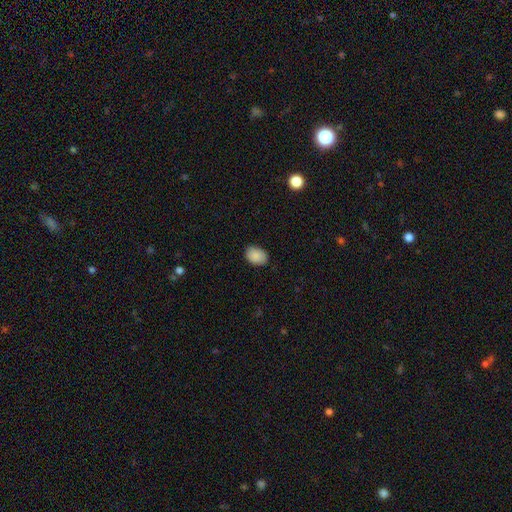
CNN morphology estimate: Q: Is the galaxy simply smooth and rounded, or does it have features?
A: smooth — 89%.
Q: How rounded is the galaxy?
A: in between — 77%.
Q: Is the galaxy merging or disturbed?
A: none — 85%.